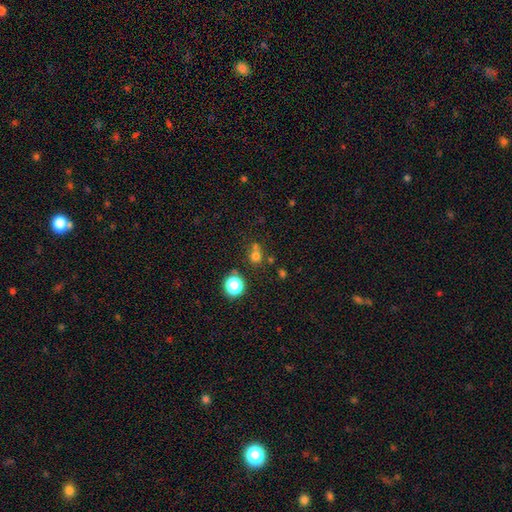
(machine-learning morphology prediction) This appears to be a smooth galaxy with no disk features (68%) that is round (84%). Merging: none (58%).